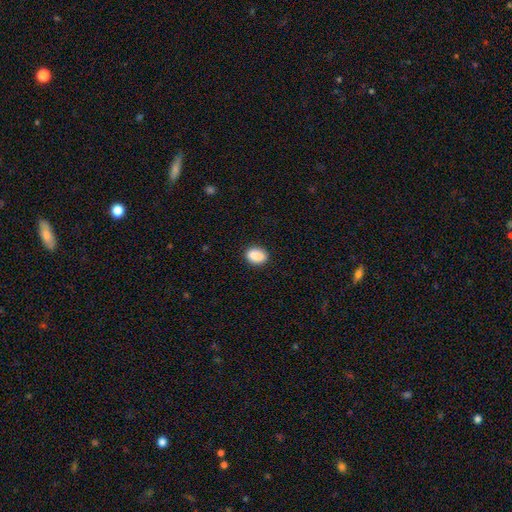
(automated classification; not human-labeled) A smooth galaxy with no disk features (89%) that is in between round and cigar-shaped (78%).

Vote fractions:
- Smooth or featured? smooth: 89% / star or artifact: 8% / featured or disk: 3%
- How rounded? in between: 78% / round: 21% / cigar-shaped: 1%
- Merging? none: 87% / minor disturbance: 9% / major disturbance: 2% / merger: 1%